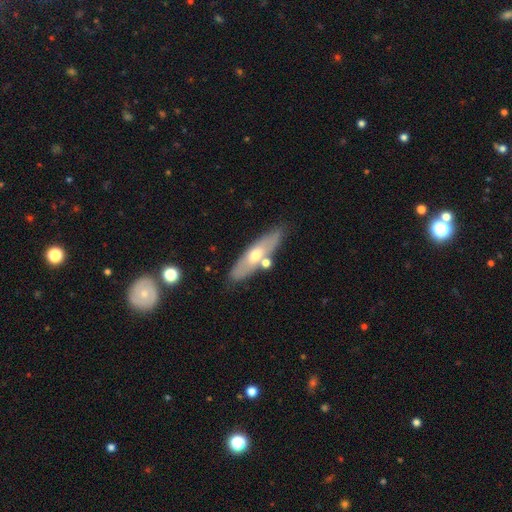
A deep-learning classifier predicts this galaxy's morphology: Q: Smooth or featured?
A: smooth (49%); runner-up: featured or disk (45%)
Q: Merging?
A: none (74%); runner-up: minor disturbance (12%)